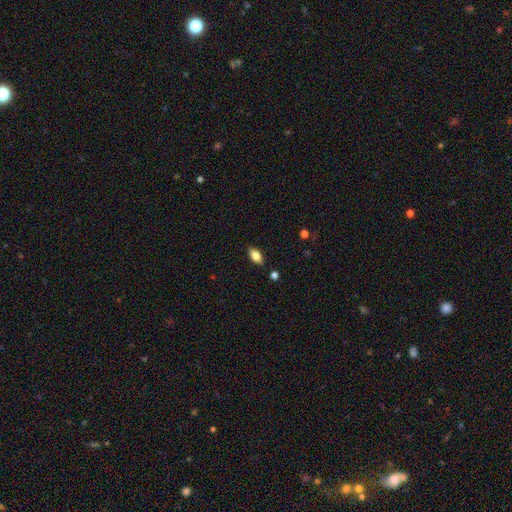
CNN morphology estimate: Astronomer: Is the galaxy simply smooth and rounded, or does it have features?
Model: smooth — 77%.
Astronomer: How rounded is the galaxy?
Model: in between — 89%.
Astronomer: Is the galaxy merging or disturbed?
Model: none — 86%.